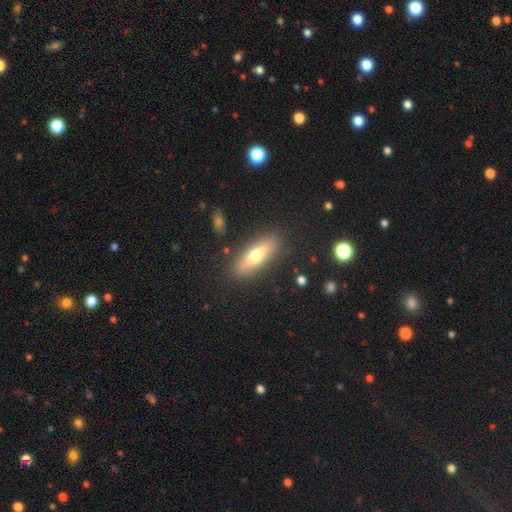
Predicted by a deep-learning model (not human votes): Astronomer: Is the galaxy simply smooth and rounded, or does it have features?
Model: smooth — 60%.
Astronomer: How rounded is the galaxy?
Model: in between — 53% (runner-up: cigar-shaped, 44%).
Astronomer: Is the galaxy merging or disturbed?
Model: none — 86%.